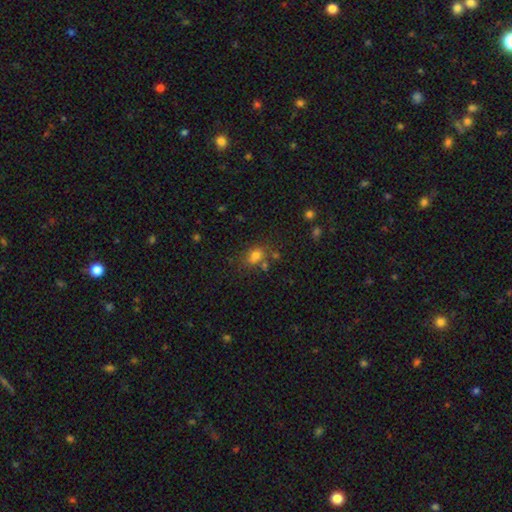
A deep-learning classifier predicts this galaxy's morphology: smooth 72%, star or artifact 16%, featured or disk 11%. Down the decision tree: how rounded — in between (62%); merging — none (57%).